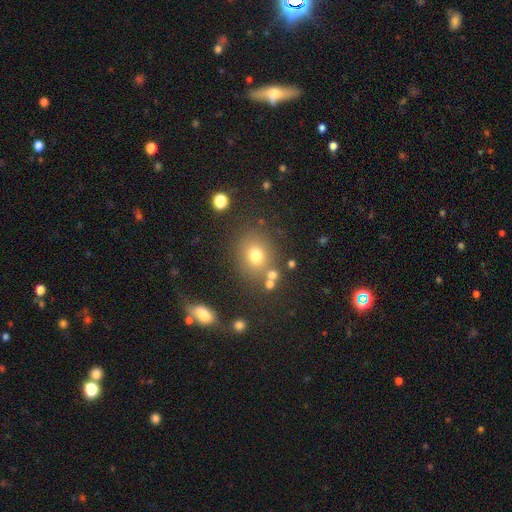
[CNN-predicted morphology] Smooth or featured? Predicted: smooth (p=0.73). How rounded? Predicted: round (p=0.71). Merging? Predicted: none (p=0.75).